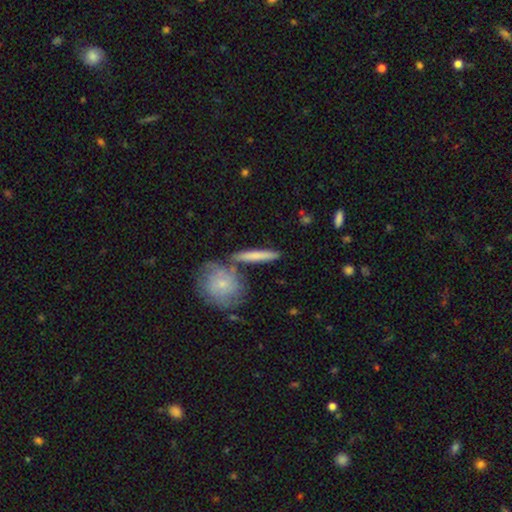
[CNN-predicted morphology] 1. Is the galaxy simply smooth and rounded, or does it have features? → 63% smooth, 31% featured or disk, 6% star or artifact.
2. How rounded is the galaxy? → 83% cigar-shaped, 11% in between, 6% round.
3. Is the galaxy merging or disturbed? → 73% none, 13% merger, 10% minor disturbance, 3% major disturbance.